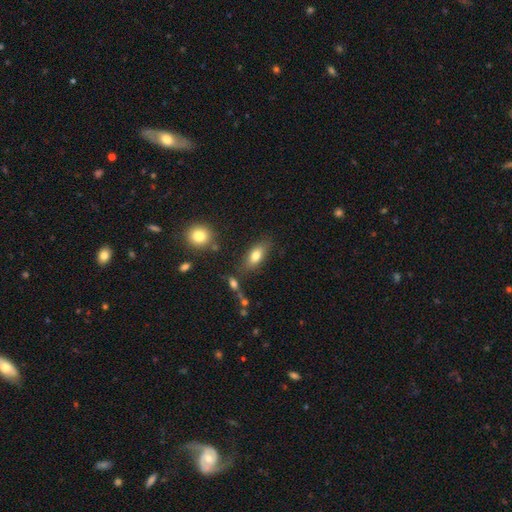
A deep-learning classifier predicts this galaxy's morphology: smooth-or-featured: smooth: 77% | featured or disk: 14% | star or artifact: 8%
  how-rounded: in between: 84% | cigar-shaped: 11% | round: 5%
  merging: none: 76% | minor disturbance: 14% | merger: 5% | major disturbance: 4%